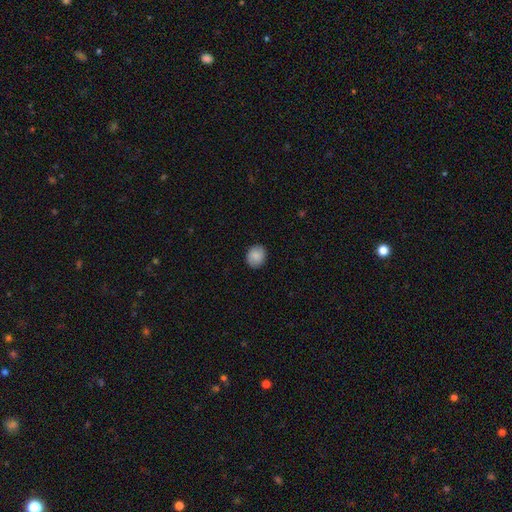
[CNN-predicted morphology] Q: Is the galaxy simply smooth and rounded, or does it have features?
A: smooth — 85%.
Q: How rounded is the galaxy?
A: round — 68%.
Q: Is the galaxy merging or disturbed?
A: none — 89%.